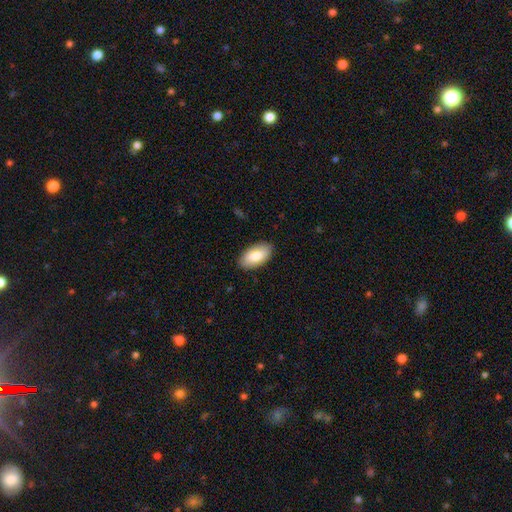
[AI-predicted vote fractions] Smooth or featured: smooth — 82% (featured or disk — 12%)
How rounded: in between — 95% (cigar-shaped — 3%)
Merging: none — 88% (minor disturbance — 9%)